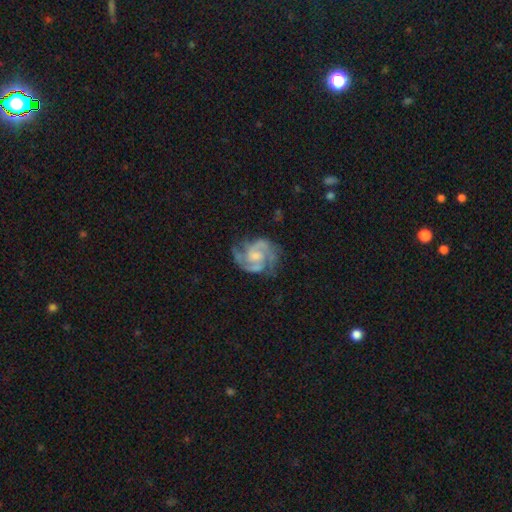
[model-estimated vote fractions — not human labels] A featured or disk galaxy (89%) with no bar (52%), 2 (65%) medium (52%) spiral arms (97%) and a small central bulge (47%).

Vote fractions:
- Smooth or featured? featured or disk: 89% / smooth: 6% / star or artifact: 5%
- Edge-on disk? no: 98% / yes: 2%
- Bar? no: 52% / weak: 40% / strong: 8%
- Spiral arms? yes: 97% / no: 3%
- Spiral winding? medium: 52% / tight: 38% / loose: 10%
- Spiral arm count? 2: 65% / 3: 19% / can't tell: 7% / 4: 3% / 1: 3% / more than 4: 2%
- Bulge size? small: 47% / moderate: 40% / none: 9% / large: 3% / dominant: 1%
- Merging? none: 67% / minor disturbance: 21% / major disturbance: 11% / merger: 2%